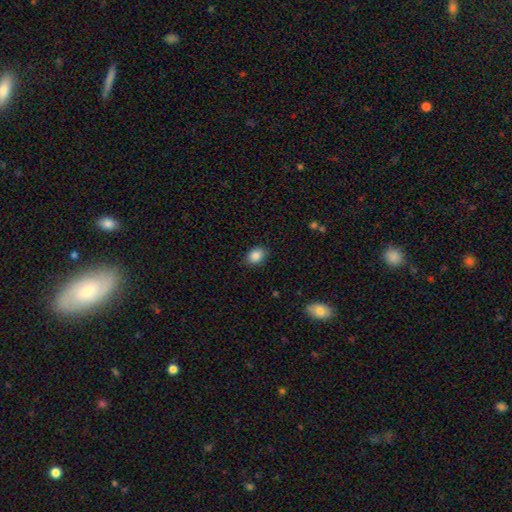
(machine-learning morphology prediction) Q: Smooth or featured?
A: smooth (87%); runner-up: star or artifact (9%)
Q: How rounded?
A: in between (70%); runner-up: round (29%)
Q: Merging?
A: none (87%); runner-up: minor disturbance (10%)